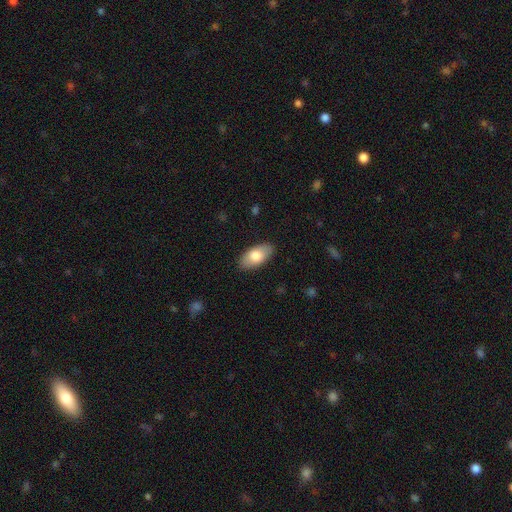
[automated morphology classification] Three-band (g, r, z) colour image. It shows a smooth galaxy with no disk features (77%) that is in between round and cigar-shaped (93%). Merging: none (87%).